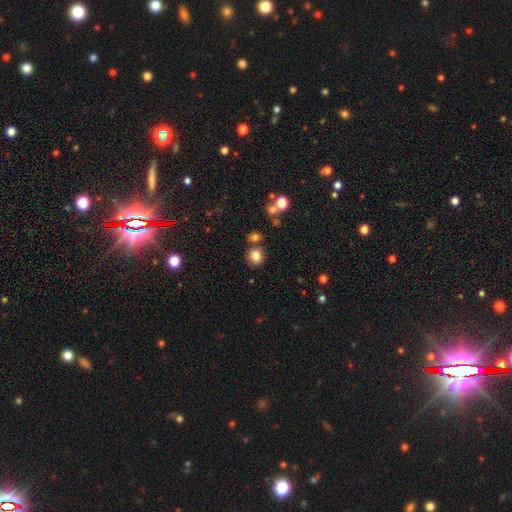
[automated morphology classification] A smooth galaxy with no disk features (81%) that is round (79%). Merging: none (75%).